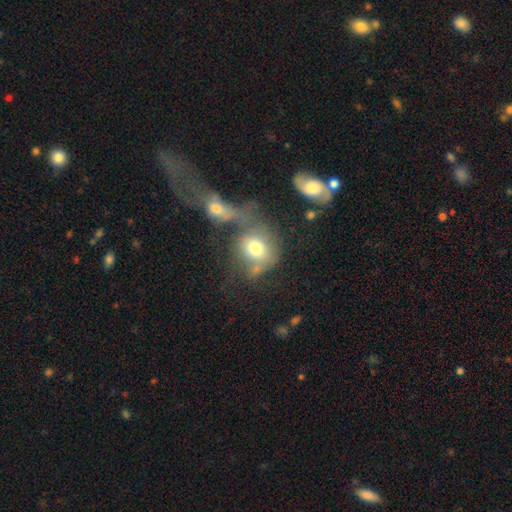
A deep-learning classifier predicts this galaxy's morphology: smooth-or-featured: smooth: 52% | featured or disk: 34% | star or artifact: 14%
  how-rounded: round: 59% | in between: 38% | cigar-shaped: 3%
  merging: merger: 54% | none: 20% | major disturbance: 16% | minor disturbance: 10%